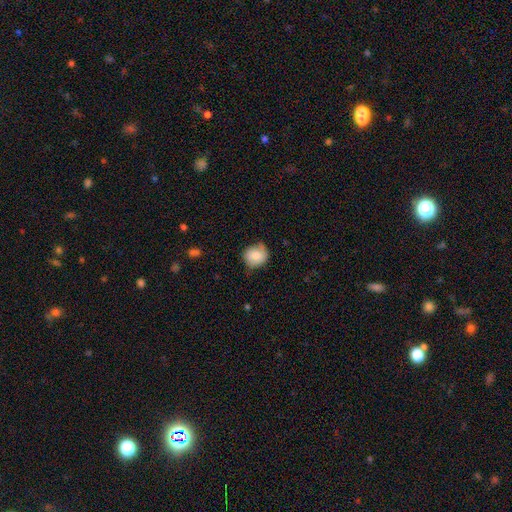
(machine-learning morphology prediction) Smooth or featured? smooth (80%)
How rounded? round (79%)
Merging? none (66%)